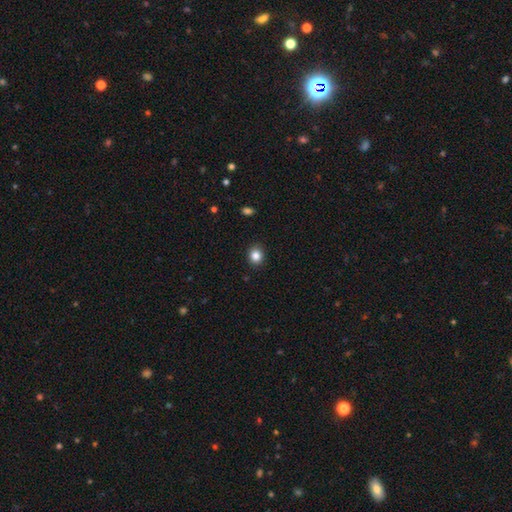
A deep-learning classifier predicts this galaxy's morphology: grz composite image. It shows a smooth galaxy with no disk features (85%) that is round (73%). Merging: none (90%).